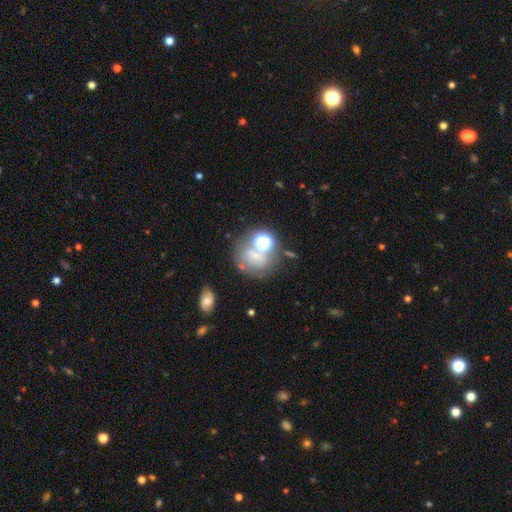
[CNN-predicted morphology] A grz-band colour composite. It shows a smooth galaxy with no disk features (47%). Merging: none (49%).